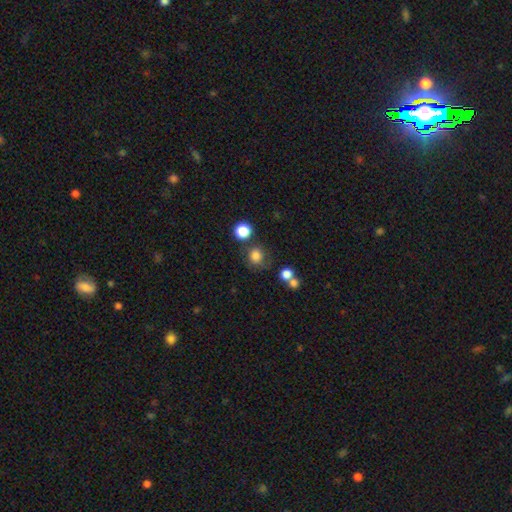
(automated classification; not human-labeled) Smooth or featured?
  - smooth: 81% *
  - star or artifact: 13%
  - featured or disk: 6%
How rounded?
  - round: 87% *
  - in between: 12%
  - cigar-shaped: 1%
Merging?
  - none: 68% *
  - minor disturbance: 14%
  - merger: 11%
  - major disturbance: 7%